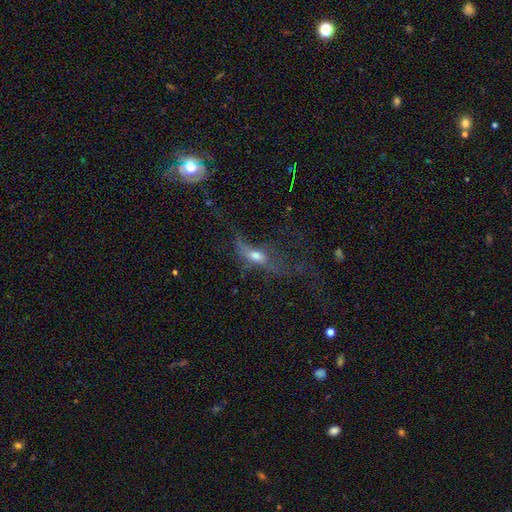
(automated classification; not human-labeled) Smooth or featured?
  - featured or disk: 45% *
  - smooth: 39%
  - star or artifact: 16%
Merging?
  - major disturbance: 53% *
  - none: 26%
  - minor disturbance: 16%
  - merger: 5%